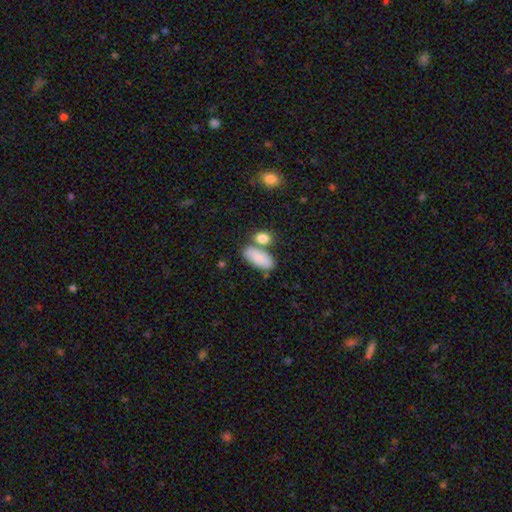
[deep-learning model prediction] A smooth galaxy with no disk features (85%) that is in between round and cigar-shaped (88%).

Vote fractions:
- Smooth or featured? smooth: 85% / featured or disk: 9% / star or artifact: 6%
- How rounded? in between: 88% / cigar-shaped: 9% / round: 3%
- Merging? none: 58% / merger: 26% / minor disturbance: 13% / major disturbance: 4%